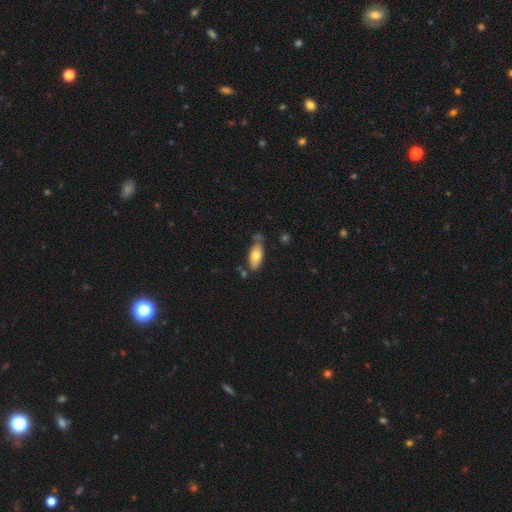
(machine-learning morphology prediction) smooth_or_featured: smooth (p=0.73) [alt: featured or disk p=0.21]
how_rounded: in between (p=0.83) [alt: cigar-shaped p=0.15]
merging: none (p=0.63) [alt: minor disturbance p=0.22]